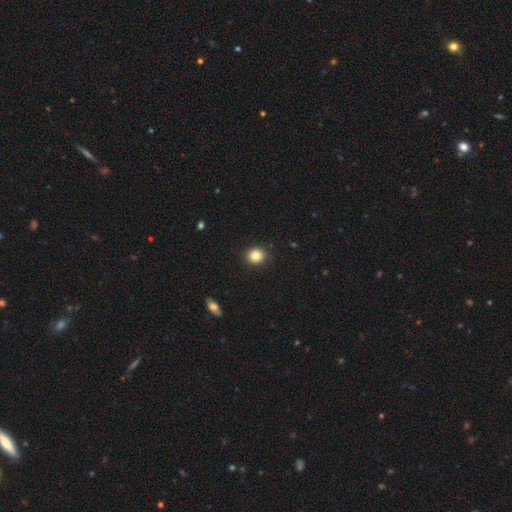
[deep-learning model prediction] This appears to be a smooth galaxy with no disk features (84%) that is round (82%). Merging: none (91%).